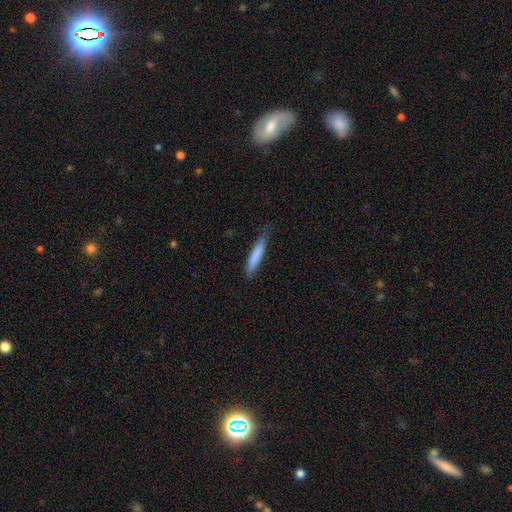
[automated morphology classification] Q: Smooth or featured?
A: smooth (80%); runner-up: featured or disk (15%)
Q: How rounded?
A: cigar-shaped (91%); runner-up: in between (8%)
Q: Merging?
A: none (75%); runner-up: minor disturbance (20%)